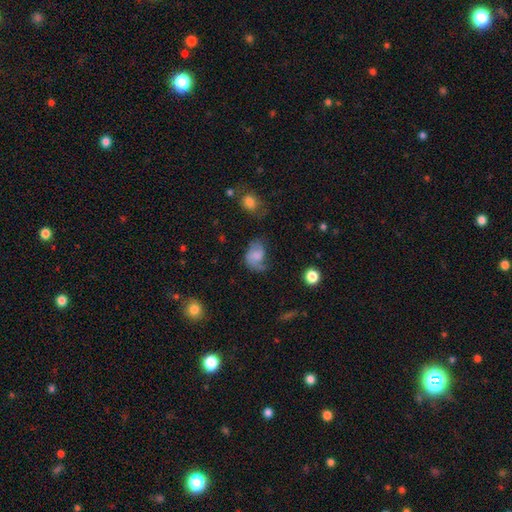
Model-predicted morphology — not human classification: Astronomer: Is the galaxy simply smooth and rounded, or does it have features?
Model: smooth — 48% (runner-up: featured or disk, 43%).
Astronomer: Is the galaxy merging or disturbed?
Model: none — 40% (runner-up: minor disturbance, 30%).